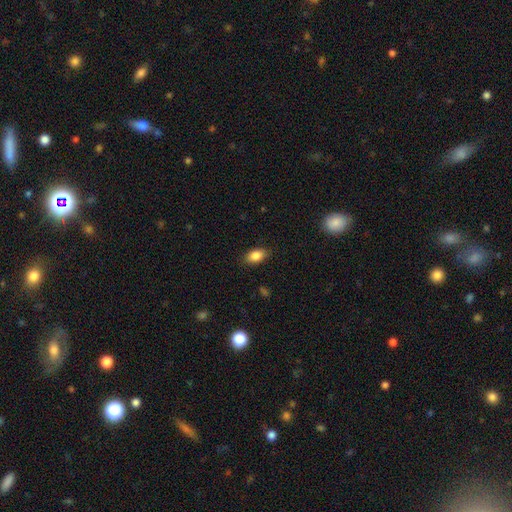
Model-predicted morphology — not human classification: smooth_or_featured: smooth (p=0.85) [alt: star or artifact p=0.08]
how_rounded: in between (p=0.88) [alt: round p=0.08]
merging: none (p=0.85) [alt: minor disturbance p=0.11]